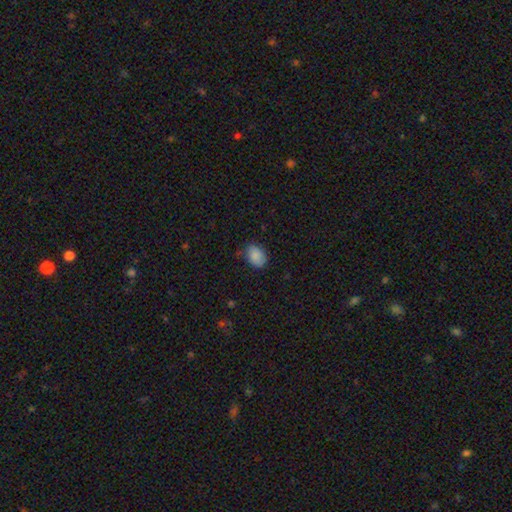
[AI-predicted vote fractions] Smooth or featured? smooth (86%)
How rounded? in between (77%)
Merging? none (72%)